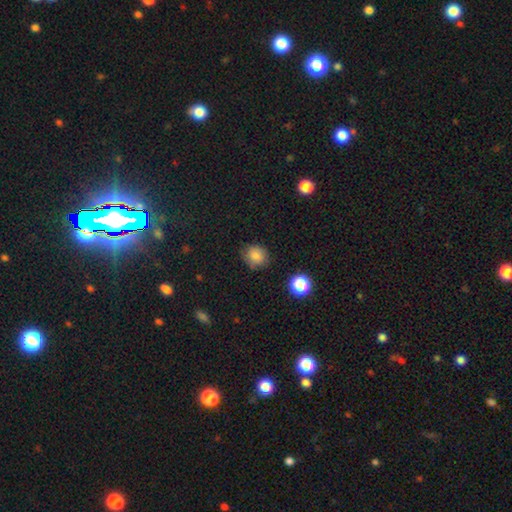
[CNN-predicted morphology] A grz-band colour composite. It shows a smooth galaxy with no disk features (82%) that is round (78%). Merging: none (75%).